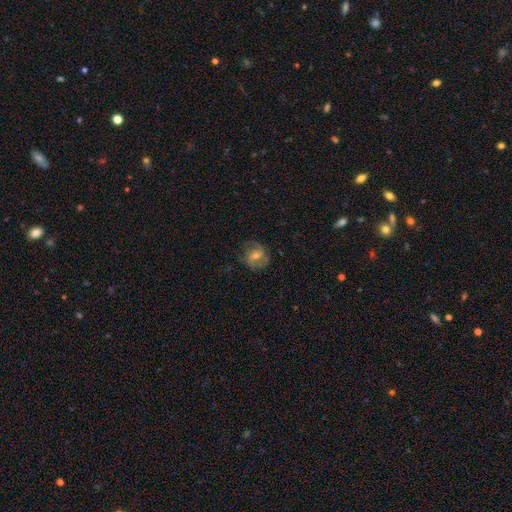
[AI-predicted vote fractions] Overall: featured or disk (65%). Edge-on disk: no (97%). Bar: weak (47%; no 38%). Spiral arms: yes (88%). Spiral arm count: 2 (58%; can't tell 22%). Spiral winding: medium (45%; tight 38%). Bulge size: moderate (47%; small 46%). Merging: none (75%).